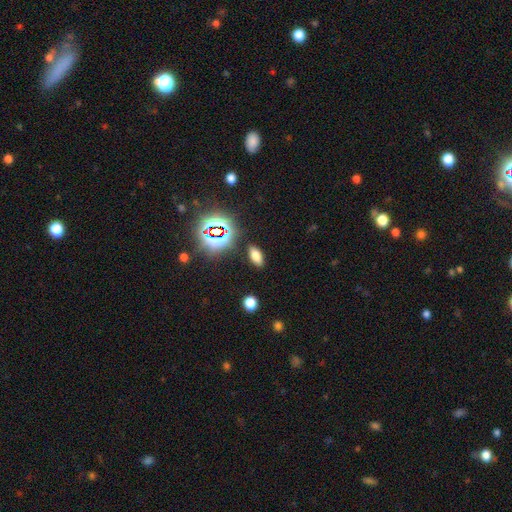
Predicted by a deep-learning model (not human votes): This appears to be a smooth galaxy with no disk features (65%) that is in between round and cigar-shaped (83%). Merging: none (88%).